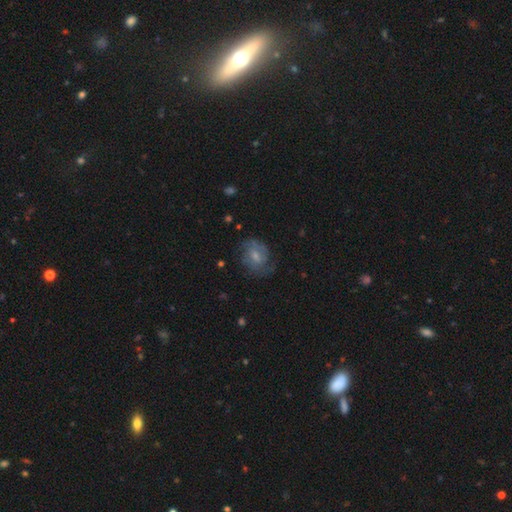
Q: Smooth or featured?
A: featured or disk (54%); runner-up: smooth (41%)
Q: Edge-on disk?
A: no (100%)
Q: Bar?
A: weak (50%); runner-up: no (30%)
Q: Spiral arms?
A: yes (85%); runner-up: no (15%)
Q: Spiral winding?
A: loose (41%); runner-up: medium (35%)
Q: Spiral arm count?
A: 2 (76%); runner-up: can't tell (18%)
Q: Bulge size?
A: small (50%); runner-up: moderate (40%)
Q: Merging?
A: none (63%); runner-up: minor disturbance (31%)